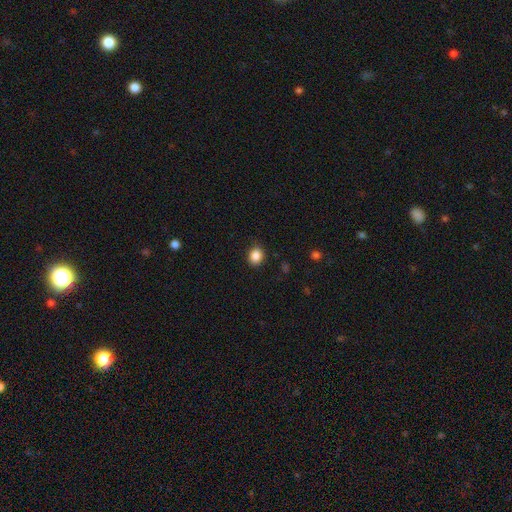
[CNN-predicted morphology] Smooth or featured? Predicted: smooth (p=0.87). How rounded? Predicted: round (p=0.60). Merging? Predicted: none (p=0.88).